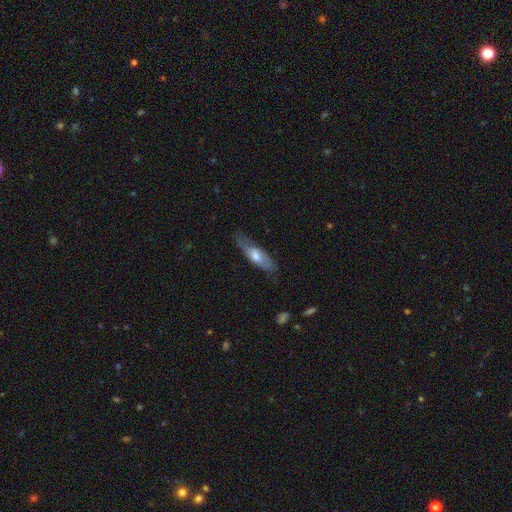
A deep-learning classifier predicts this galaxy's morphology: type=smooth (50%); merging=none (68%).